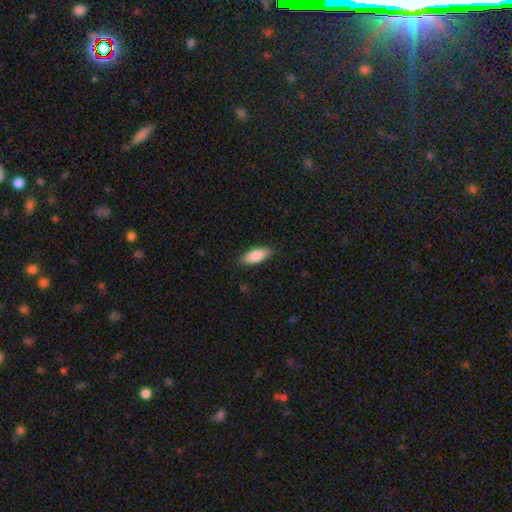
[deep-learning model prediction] Smooth or featured?
  - smooth: 84% *
  - featured or disk: 11%
  - star or artifact: 6%
How rounded?
  - in between: 76% *
  - cigar-shaped: 22%
  - round: 2%
Merging?
  - none: 86% *
  - minor disturbance: 11%
  - major disturbance: 2%
  - merger: 1%